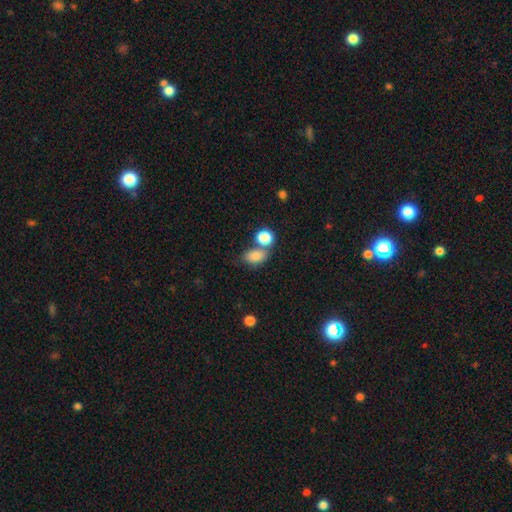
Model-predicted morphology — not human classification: smooth-or-featured: smooth: 83% | star or artifact: 11% | featured or disk: 7%
  how-rounded: in between: 80% | round: 18% | cigar-shaped: 2%
  merging: none: 50% | merger: 30% | minor disturbance: 14% | major disturbance: 6%